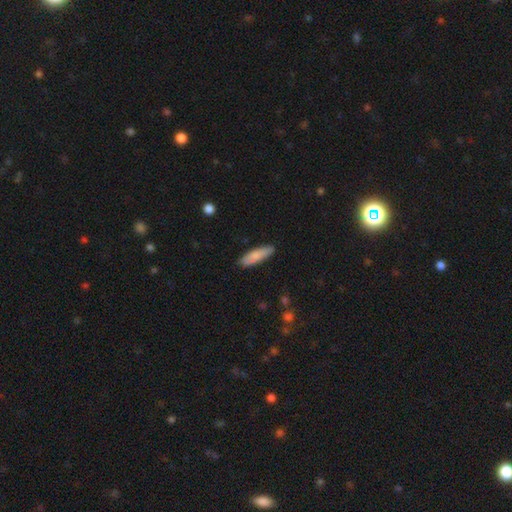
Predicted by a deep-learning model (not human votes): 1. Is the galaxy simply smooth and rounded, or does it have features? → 81% smooth, 13% featured or disk, 6% star or artifact.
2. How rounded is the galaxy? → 61% cigar-shaped, 37% in between, 2% round.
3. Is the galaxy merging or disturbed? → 86% none, 11% minor disturbance, 2% major disturbance, 1% merger.